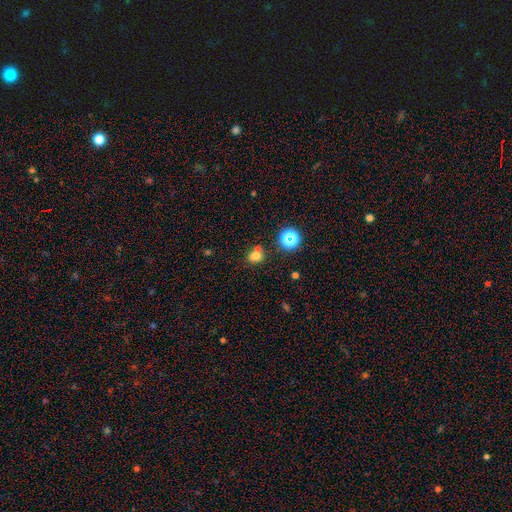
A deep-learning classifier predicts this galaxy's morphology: Smooth or featured: smooth — 70% (star or artifact — 20%)
How rounded: round — 62% (in between — 37%)
Merging: none — 54% (merger — 30%)